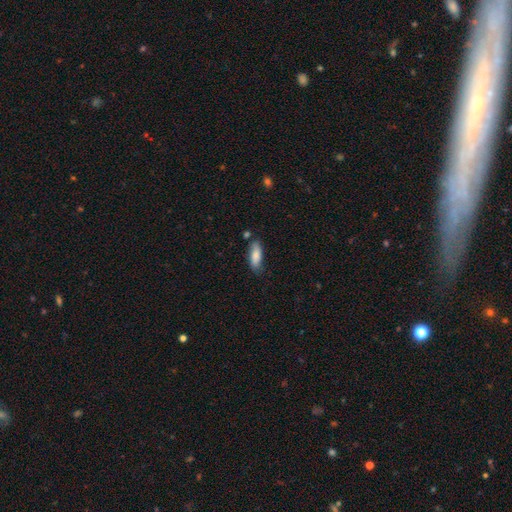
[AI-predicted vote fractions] A smooth galaxy with no disk features (83%) that is in between round and cigar-shaped (67%).

Vote fractions:
- Smooth or featured? smooth: 83% / featured or disk: 11% / star or artifact: 6%
- How rounded? in between: 67% / cigar-shaped: 31% / round: 2%
- Merging? none: 72% / minor disturbance: 19% / merger: 5% / major disturbance: 4%